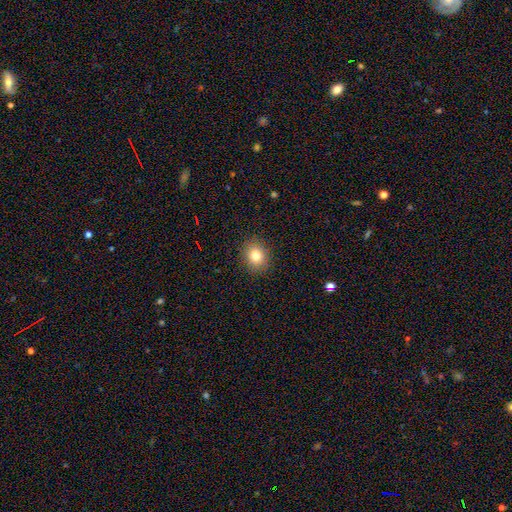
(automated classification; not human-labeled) A smooth galaxy with no disk features (81%) that is round (67%).

Vote fractions:
- Smooth or featured? smooth: 81% / star or artifact: 11% / featured or disk: 8%
- How rounded? round: 67% / in between: 32% / cigar-shaped: 1%
- Merging? none: 90% / minor disturbance: 7% / major disturbance: 2% / merger: 1%